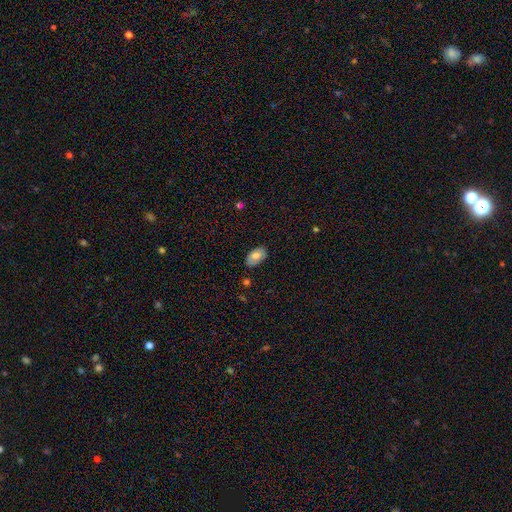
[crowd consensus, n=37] Smooth or featured: smooth — 70% (featured or disk — 27%)
How rounded: in between — 92% (round — 8%)
Merging: none — 81% (minor disturbance — 17%)